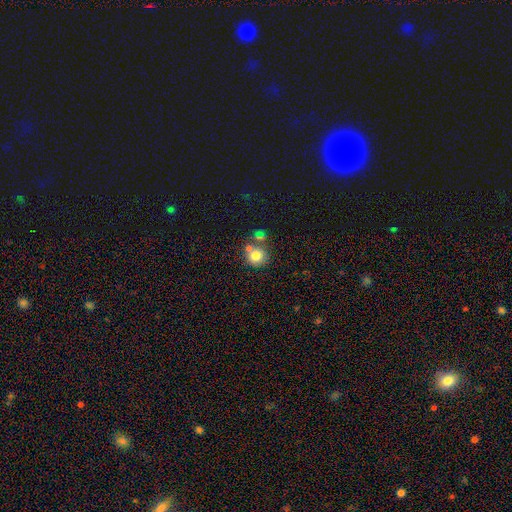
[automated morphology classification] smooth 78%, star or artifact 11%, featured or disk 11%. Down the decision tree: how rounded — round (89%); merging — none (59%).